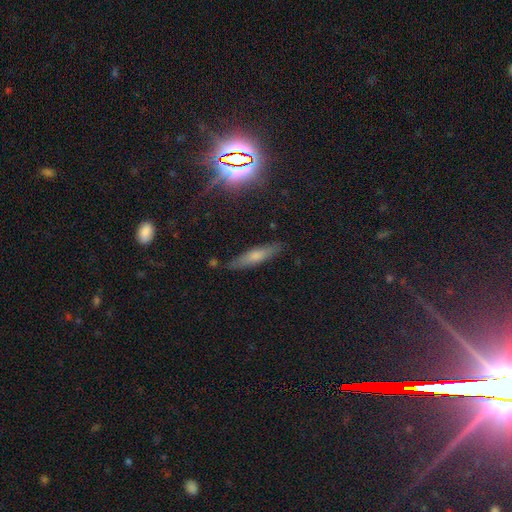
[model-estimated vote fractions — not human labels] smooth 58%, featured or disk 31%, star or artifact 12%. Down the decision tree: how rounded — cigar-shaped (76%); merging — none (84%).